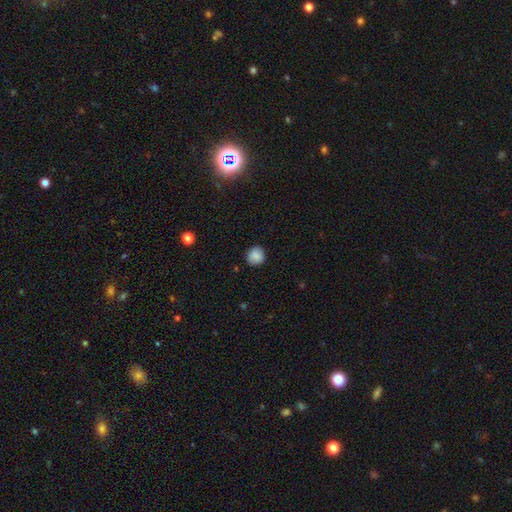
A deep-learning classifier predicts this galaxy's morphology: The model was most divided on "merging": none: 85%, minor disturbance: 11%, major disturbance: 3%, merger: 1%. More confident: how rounded — round (87%); smooth or featured — smooth (86%).